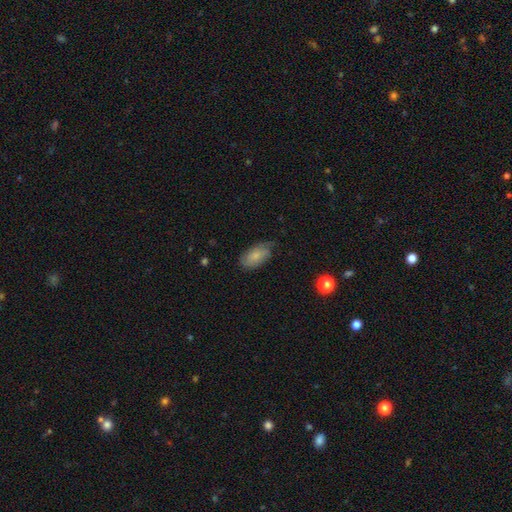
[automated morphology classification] Overall: smooth (71%). How rounded: in between (93%). Merging: none (66%; minor disturbance 27%).